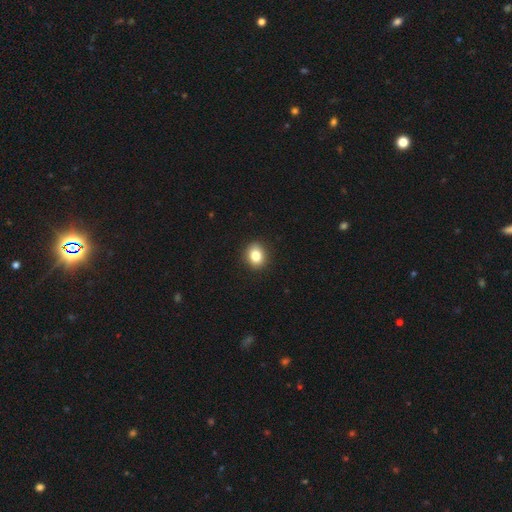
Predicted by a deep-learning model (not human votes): A smooth galaxy with no disk features (84%) that is round (56%).

Vote fractions:
- Smooth or featured? smooth: 84% / star or artifact: 10% / featured or disk: 6%
- How rounded? round: 56% / in between: 43% / cigar-shaped: 1%
- Merging? none: 91% / minor disturbance: 6% / major disturbance: 2% / merger: 1%